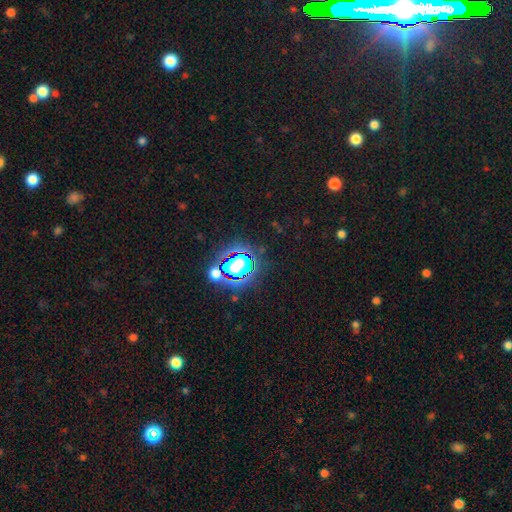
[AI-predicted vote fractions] Morphology: type=star or artifact (83%).